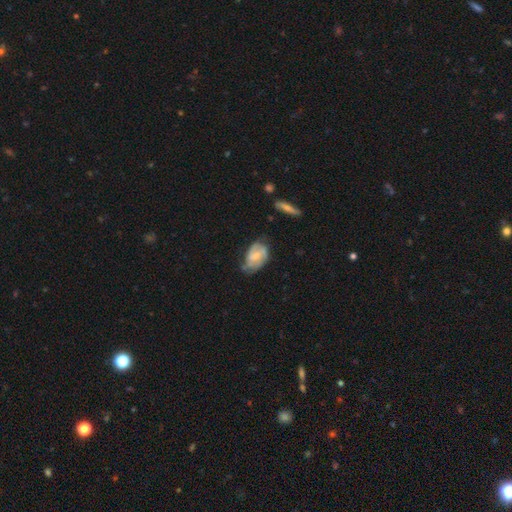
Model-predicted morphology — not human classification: Overall: featured or disk (62%; smooth 32%). Edge-on disk: no (96%). Bar: weak (49%; no 38%). Spiral arms: yes (83%). Bulge size: small (45%; moderate 34%). Merging: none (49%; minor disturbance 34%).